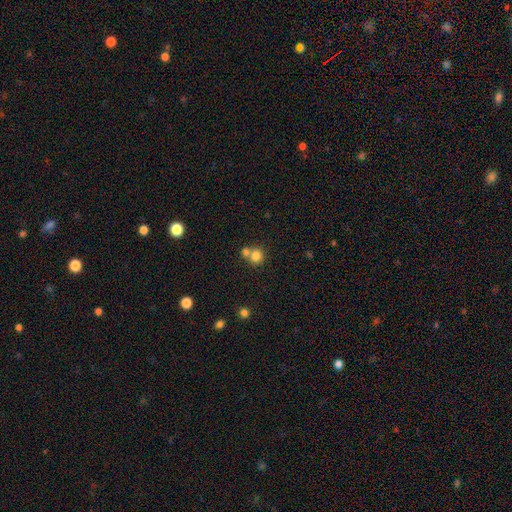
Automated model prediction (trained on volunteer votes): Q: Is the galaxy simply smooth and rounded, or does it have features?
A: smooth — 80%.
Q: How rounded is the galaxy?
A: round — 85%.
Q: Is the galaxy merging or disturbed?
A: none — 48%.